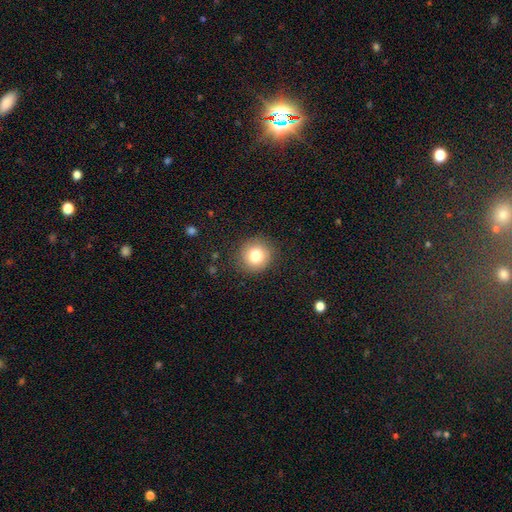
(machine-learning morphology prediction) This appears to be a smooth galaxy with no disk features (79%) that is round (90%). Merging: none (88%).